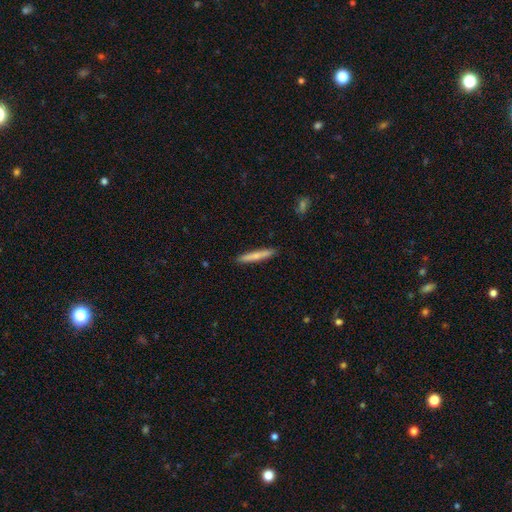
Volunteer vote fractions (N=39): Volunteers were most divided on "smooth or featured": smooth: 62%, featured or disk: 38%, star or artifact: 0%. More confident: how rounded — cigar-shaped (96%); merging — none (87%).